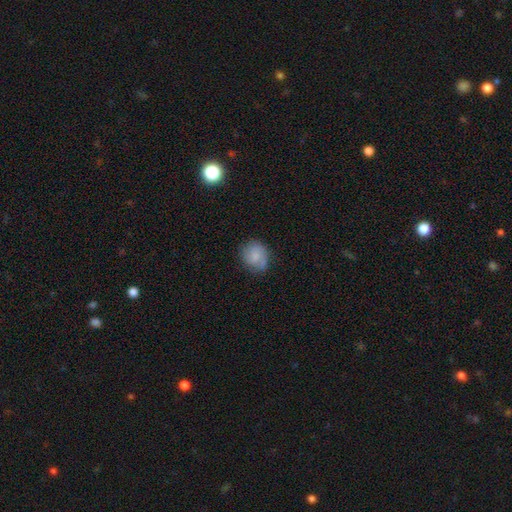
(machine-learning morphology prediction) smooth_or_featured: smooth (p=0.65) [alt: featured or disk p=0.27]
how_rounded: round (p=0.68) [alt: in between p=0.31]
merging: none (p=0.68) [alt: minor disturbance p=0.23]